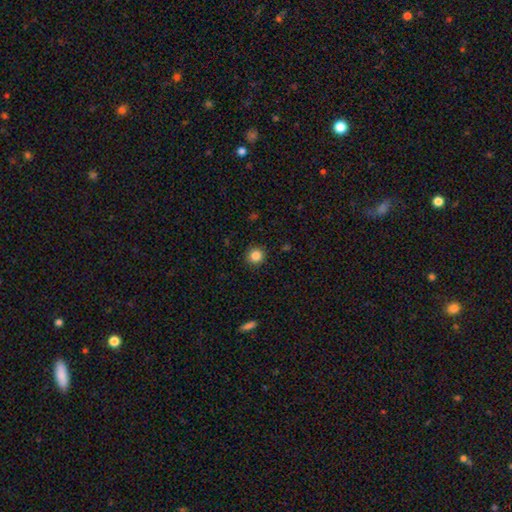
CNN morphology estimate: smooth 85%, star or artifact 11%, featured or disk 4%. Down the decision tree: how rounded — round (92%); merging — none (91%).